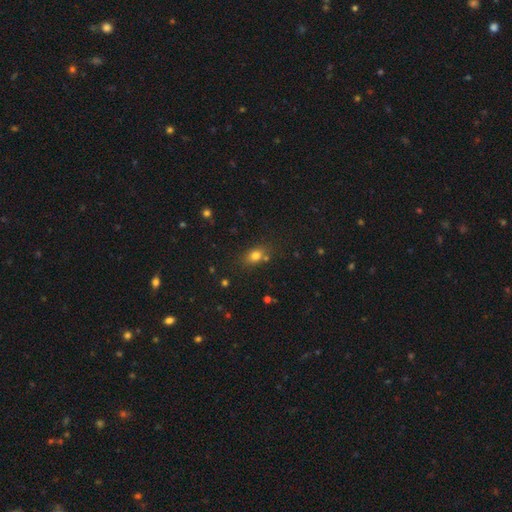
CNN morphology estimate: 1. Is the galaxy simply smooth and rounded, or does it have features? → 77% smooth, 14% star or artifact, 9% featured or disk.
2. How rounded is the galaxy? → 65% in between, 33% round, 2% cigar-shaped.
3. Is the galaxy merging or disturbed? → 72% none, 15% minor disturbance, 10% merger, 4% major disturbance.